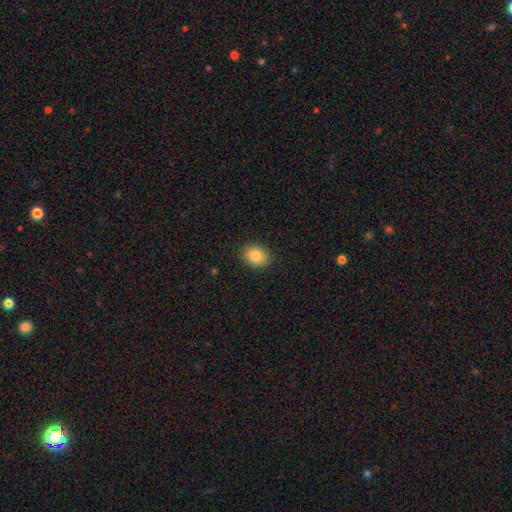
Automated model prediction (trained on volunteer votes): Smooth or featured: smooth — 85% (star or artifact — 9%)
How rounded: in between — 55% (round — 44%)
Merging: none — 89% (minor disturbance — 8%)